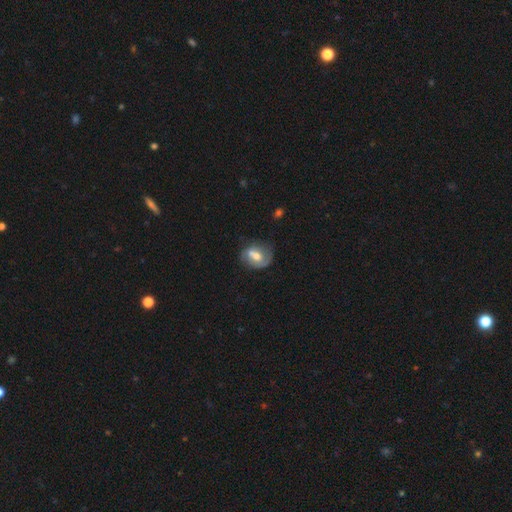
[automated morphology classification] smooth-or-featured: featured or disk: 51% | smooth: 42% | star or artifact: 7%
  disk-edge-on: no: 96% | yes: 4%
  merging: none: 43% | merger: 25% | minor disturbance: 21% | major disturbance: 10%